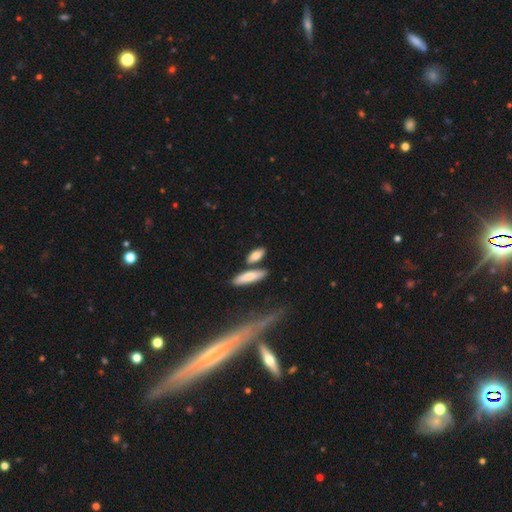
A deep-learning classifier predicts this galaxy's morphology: smooth 77%, featured or disk 16%, star or artifact 6%. Down the decision tree: how rounded — in between (67%); merging — none (65%).